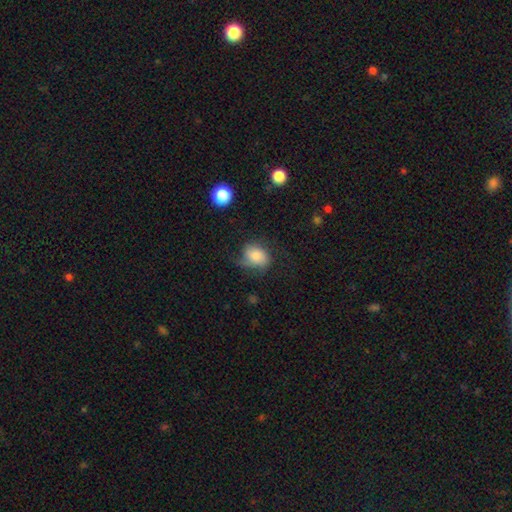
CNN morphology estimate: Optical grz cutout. It shows a smooth galaxy with no disk features (71%) that is in between round and cigar-shaped (59%). Merging: none (43%).